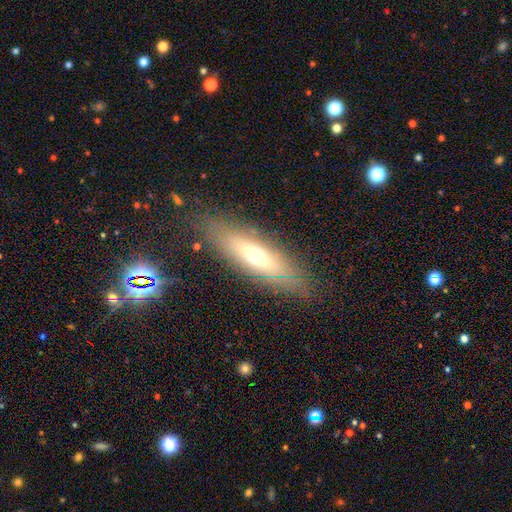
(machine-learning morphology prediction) Smooth or featured? Predicted: smooth (p=0.52). How rounded? Predicted: cigar-shaped (p=0.50). Merging? Predicted: none (p=0.82).